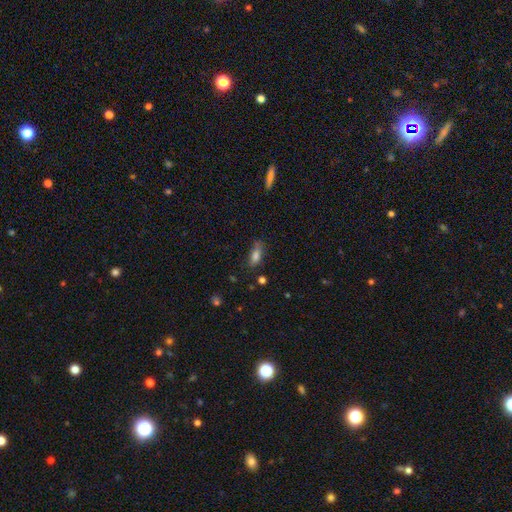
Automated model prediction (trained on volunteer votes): smooth 78%, featured or disk 12%, star or artifact 10%. Down the decision tree: how rounded — in between (73%); merging — none (66%).